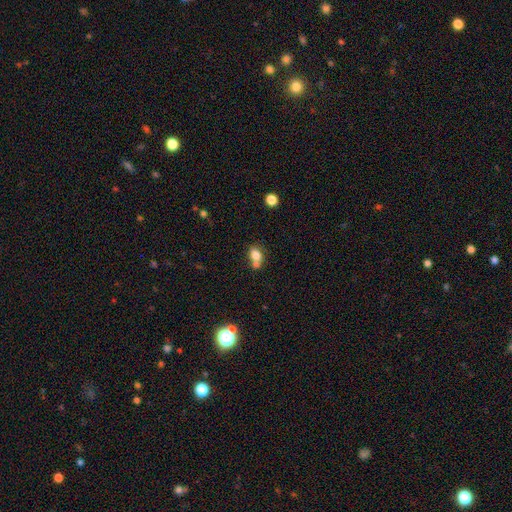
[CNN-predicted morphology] smooth-or-featured: smooth: 78% | featured or disk: 12% | star or artifact: 10%
  how-rounded: in between: 67% | round: 32% | cigar-shaped: 2%
  merging: merger: 45% | none: 38% | minor disturbance: 12% | major disturbance: 5%